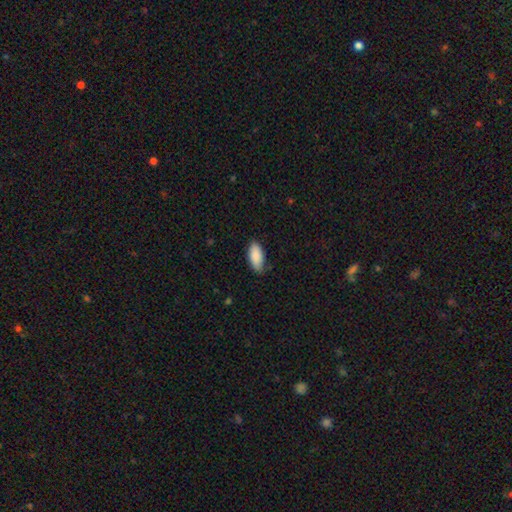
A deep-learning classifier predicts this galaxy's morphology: type=smooth (89%); roundness=in between (90%); merging=none (75%).